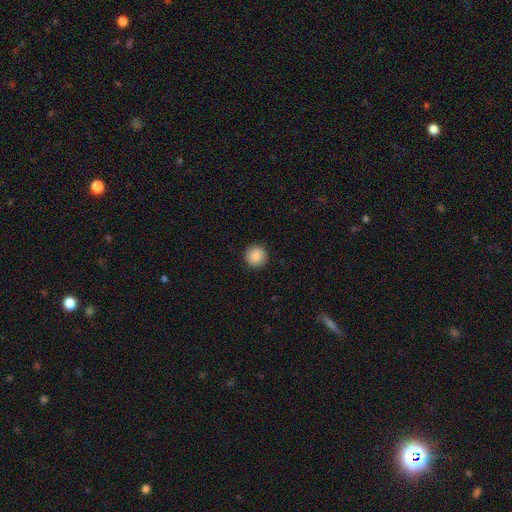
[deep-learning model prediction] Smooth or featured? Predicted: smooth (p=0.88). How rounded? Predicted: round (p=0.95). Merging? Predicted: none (p=0.93).